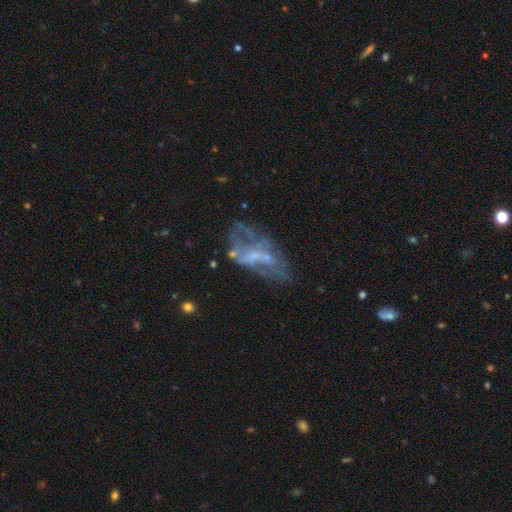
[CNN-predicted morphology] featured or disk 68%, smooth 20%, star or artifact 13%. Down the decision tree: edge-on disk — no (95%); bar — no (66%); spiral arms — no (73%); bulge size — none (42%); merging — none (36%).